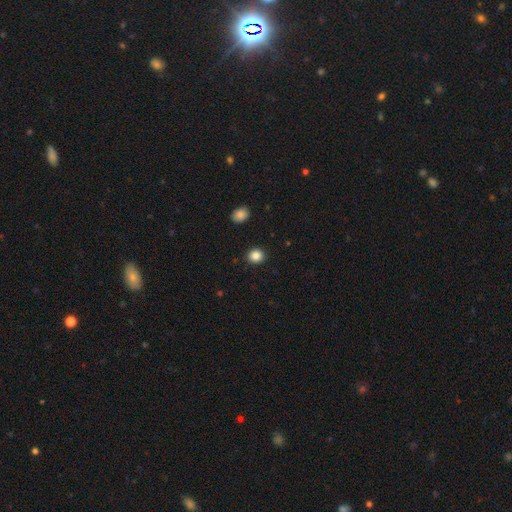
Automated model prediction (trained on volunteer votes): smooth-or-featured: smooth: 86% | star or artifact: 10% | featured or disk: 4%
  how-rounded: round: 79% | in between: 20% | cigar-shaped: 1%
  merging: none: 91% | minor disturbance: 6% | major disturbance: 2% | merger: 1%